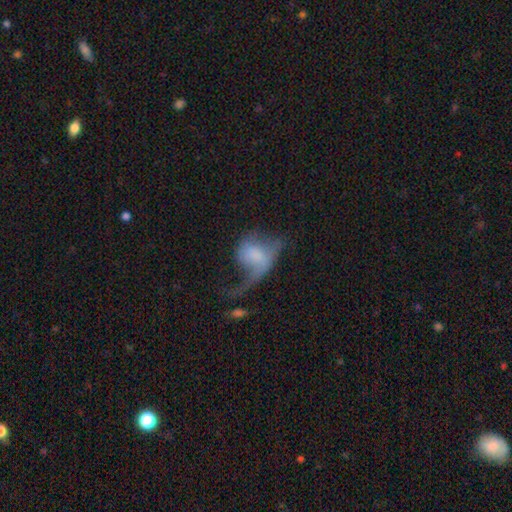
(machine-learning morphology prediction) Q: Smooth or featured?
A: featured or disk (50%); runner-up: smooth (41%)
Q: Edge-on disk?
A: no (96%); runner-up: yes (4%)
Q: Merging?
A: major disturbance (61%); runner-up: none (19%)